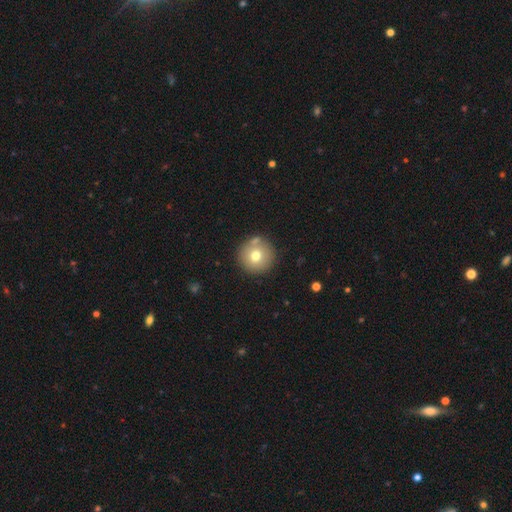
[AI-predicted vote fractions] A smooth galaxy with no disk features (73%) that is round (95%).

Vote fractions:
- Smooth or featured? smooth: 73% / featured or disk: 16% / star or artifact: 11%
- How rounded? round: 95% / in between: 4% / cigar-shaped: 1%
- Merging? none: 80% / minor disturbance: 9% / merger: 8% / major disturbance: 3%